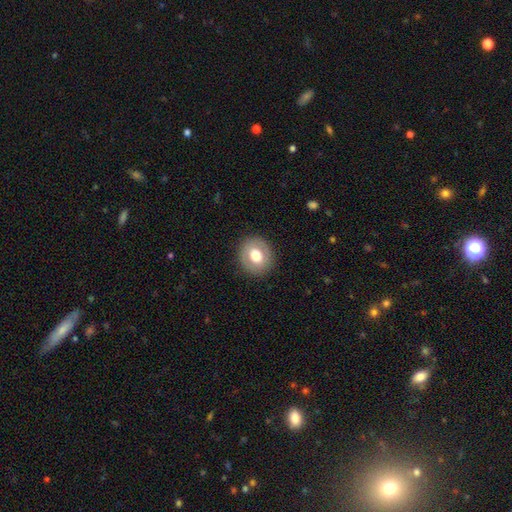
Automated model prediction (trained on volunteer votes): smooth-or-featured: smooth: 65% | featured or disk: 27% | star or artifact: 8%
  how-rounded: round: 77% | in between: 22% | cigar-shaped: 1%
  merging: none: 88% | minor disturbance: 8% | major disturbance: 3% | merger: 1%